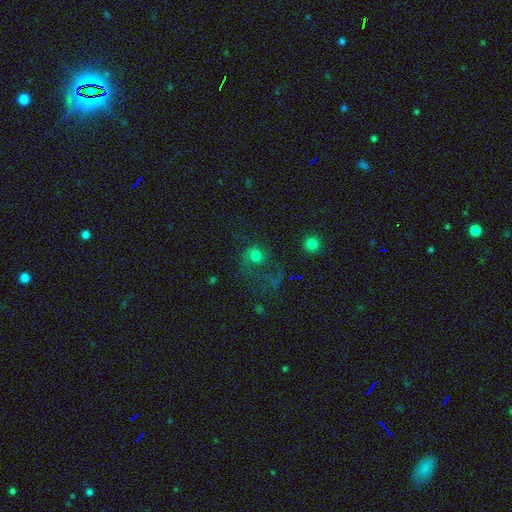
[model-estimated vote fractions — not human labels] smooth_or_featured: smooth (p=0.57) [alt: featured or disk p=0.24]
how_rounded: round (p=0.76) [alt: in between p=0.22]
merging: major disturbance (p=0.38) [alt: none p=0.37]